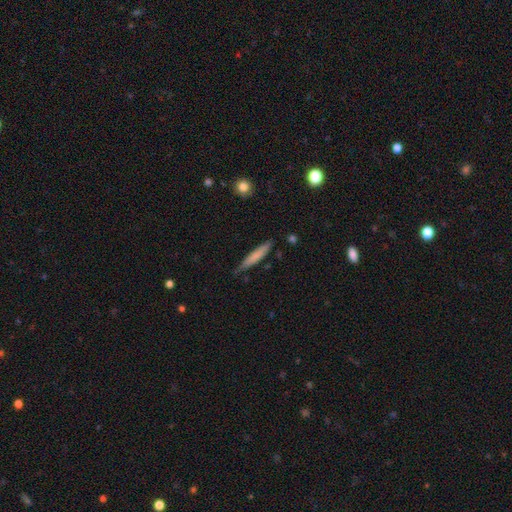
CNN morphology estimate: type=smooth (72%); roundness=cigar-shaped (92%); merging=none (74%).